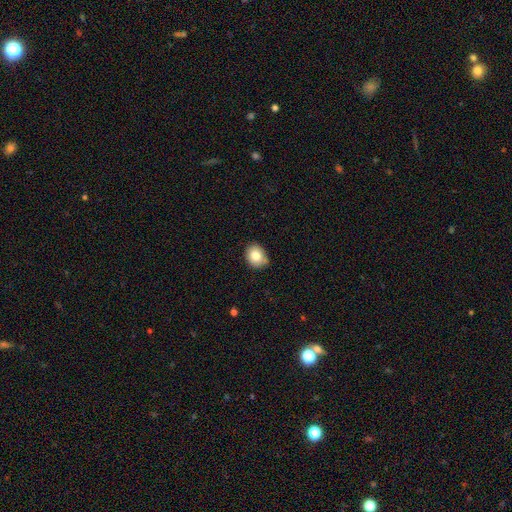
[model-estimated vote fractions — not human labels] Overall: smooth (80%). How rounded: round (60%; in between 39%). Merging: none (77%).